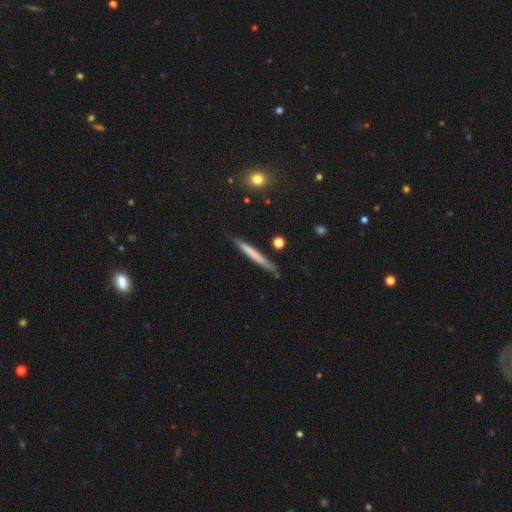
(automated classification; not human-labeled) Morphology: type=smooth (63%); roundness=cigar-shaped (96%); merging=none (85%).